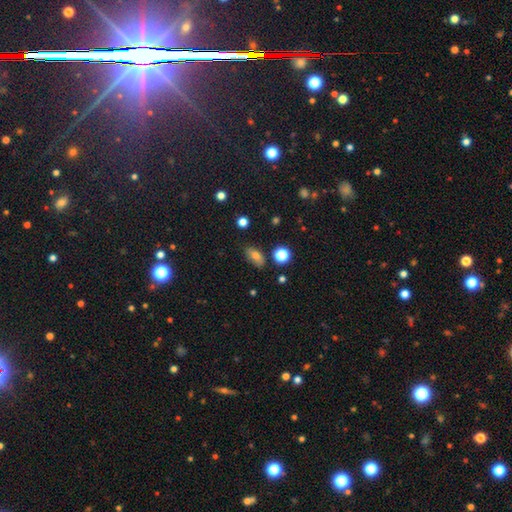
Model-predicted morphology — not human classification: Smooth or featured? smooth (75%)
How rounded? in between (83%)
Merging? none (79%)